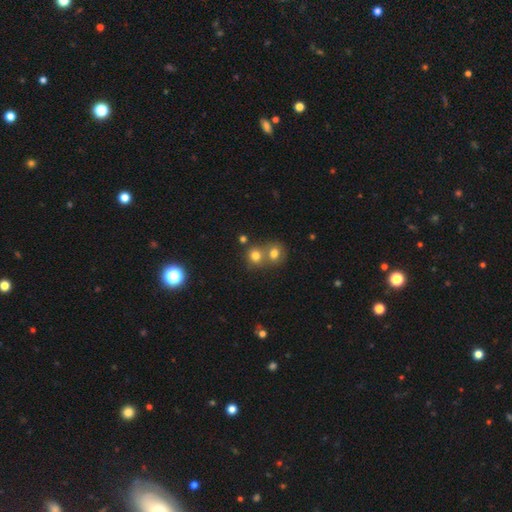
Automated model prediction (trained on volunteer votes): Smooth or featured?
  - smooth: 75% *
  - star or artifact: 14%
  - featured or disk: 11%
How rounded?
  - round: 83% *
  - in between: 16%
  - cigar-shaped: 1%
Merging?
  - merger: 47% *
  - none: 44%
  - minor disturbance: 7%
  - major disturbance: 3%